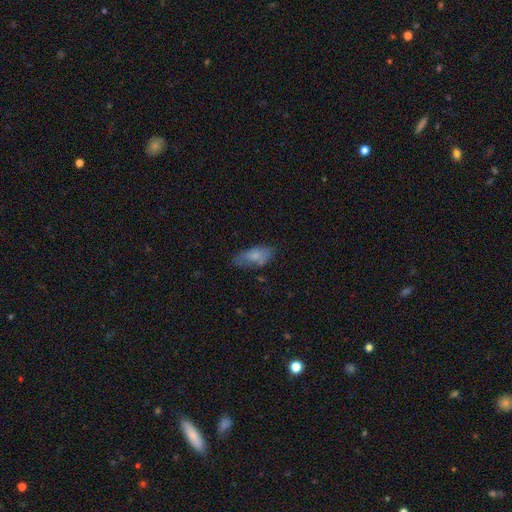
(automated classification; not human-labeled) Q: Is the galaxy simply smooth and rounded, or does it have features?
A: smooth — 74%.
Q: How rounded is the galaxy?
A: in between — 87%.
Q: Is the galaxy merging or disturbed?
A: none — 56%.